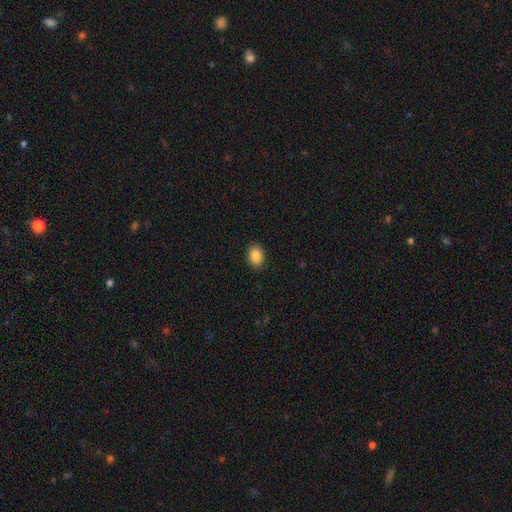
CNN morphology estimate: The model was most divided on "how rounded": in between: 82%, round: 17%, cigar-shaped: 1%. More confident: merging — none (90%); smooth or featured — smooth (87%).